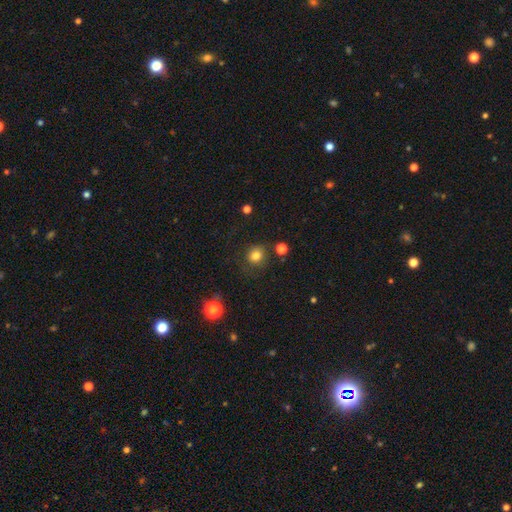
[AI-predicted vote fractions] This appears to be a smooth galaxy with no disk features (81%) that is round (86%). Merging: none (79%).